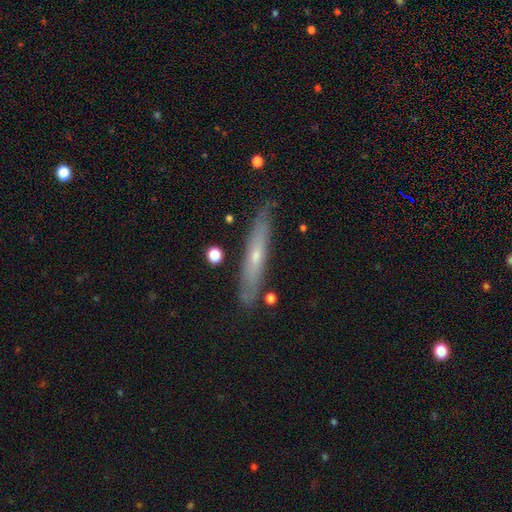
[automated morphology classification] featured or disk 59%, smooth 34%, star or artifact 7%. Down the decision tree: edge-on disk — yes (80%); merging — none (82%).